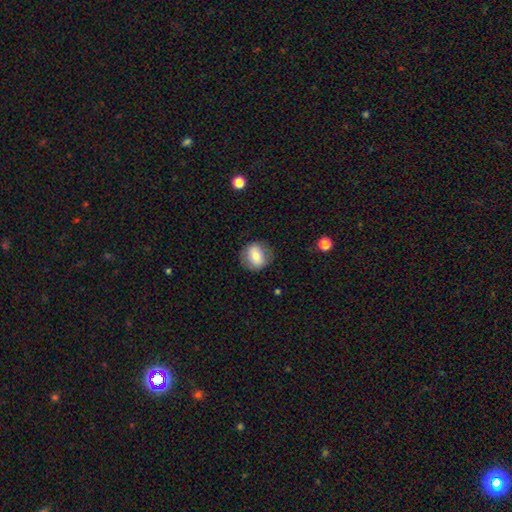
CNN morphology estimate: type=smooth (69%); roundness=round (71%); merging=none (80%).